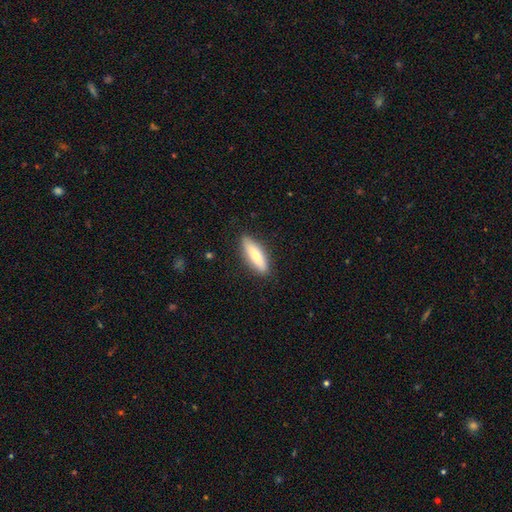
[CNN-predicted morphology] Overall: smooth (69%). How rounded: cigar-shaped (59%; in between 39%). Merging: none (86%).